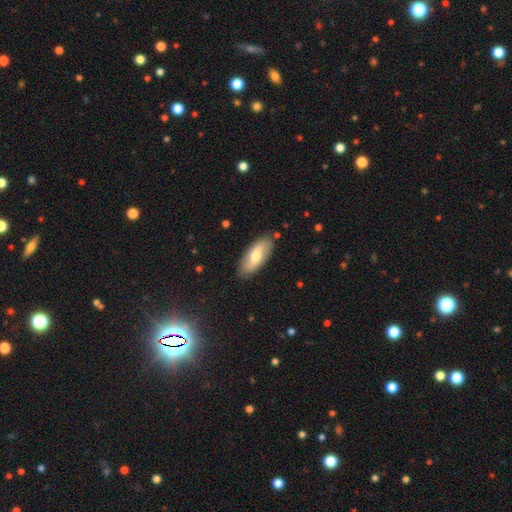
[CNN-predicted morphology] type=smooth (61%); roundness=in between (81%); merging=none (86%).